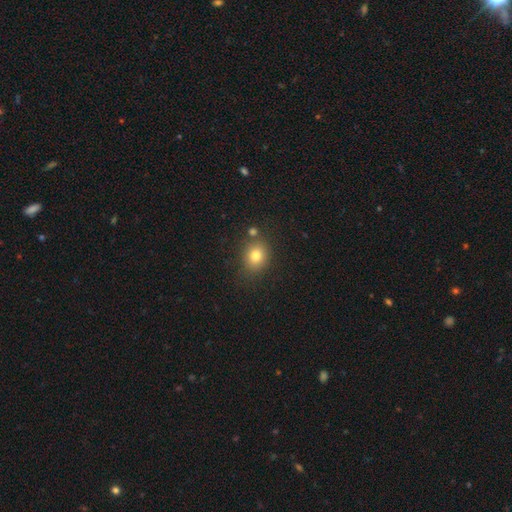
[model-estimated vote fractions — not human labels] Morphology: type=smooth (78%); roundness=round (63%); merging=none (75%).